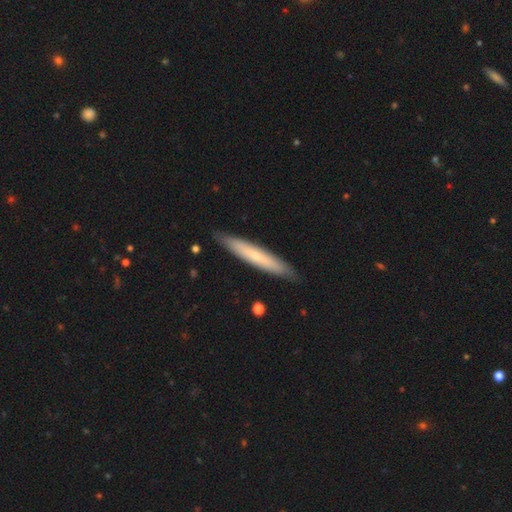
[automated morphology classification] Smooth or featured? smooth (56%)
How rounded? cigar-shaped (93%)
Merging? none (89%)